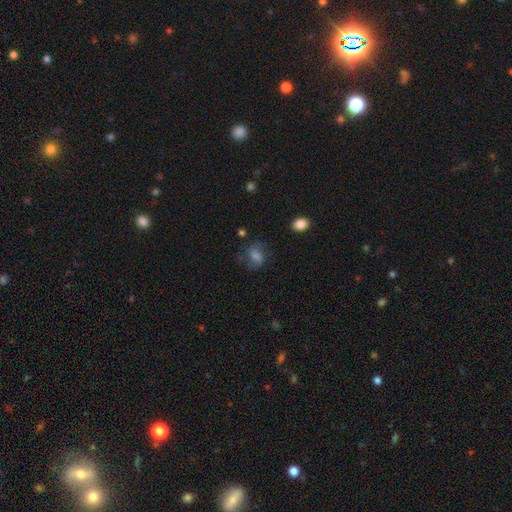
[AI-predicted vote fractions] Overall: smooth (53%; featured or disk 32%). How rounded: in between (53%; round 45%). Merging: none (63%).